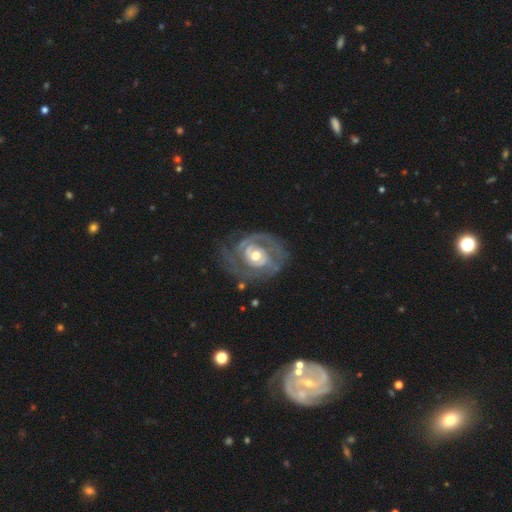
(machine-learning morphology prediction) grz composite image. It shows a featured or disk galaxy (88%) with no bar (66%), 2 (50%) tight (62%) spiral arms (92%) and a moderate central bulge (72%). Merging: none (66%).